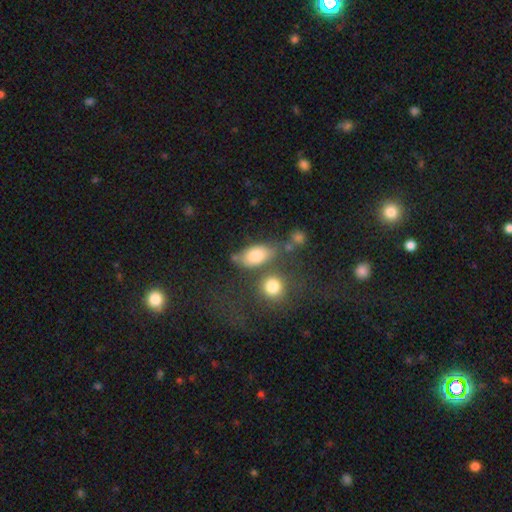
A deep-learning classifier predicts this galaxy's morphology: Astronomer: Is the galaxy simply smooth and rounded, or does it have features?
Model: smooth — 79%.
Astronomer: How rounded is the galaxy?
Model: in between — 85%.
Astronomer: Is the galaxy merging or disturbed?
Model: none — 58%.